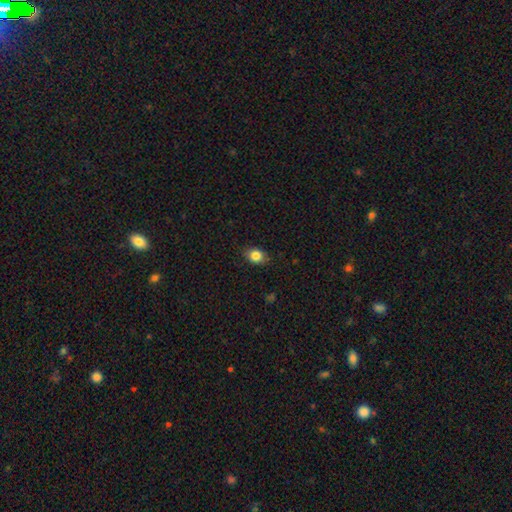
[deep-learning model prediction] This is clearly a smooth galaxy (83%). How rounded: possibly in between (56%). Merging: clearly none (83%).